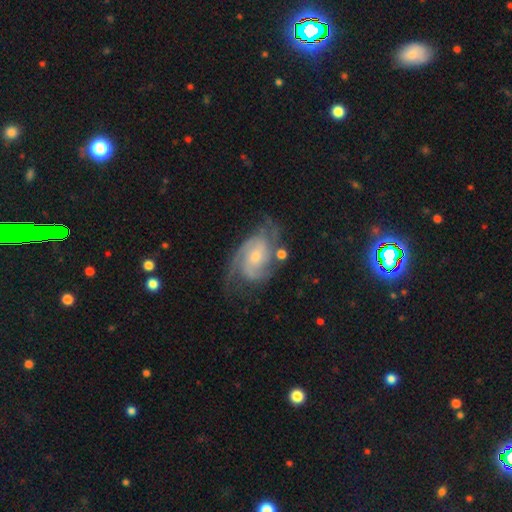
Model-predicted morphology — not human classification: This is clearly a featured or disk galaxy (88%). It is clearly not viewed edge-on (97%). Bar: possibly no (56%). Spiral arm pattern: clearly yes (97%). Spiral arm count: possibly 2 (53%). Spiral winding: possibly tight (46%). Central bulge: possibly small (55%). Merging: likely none (66%).